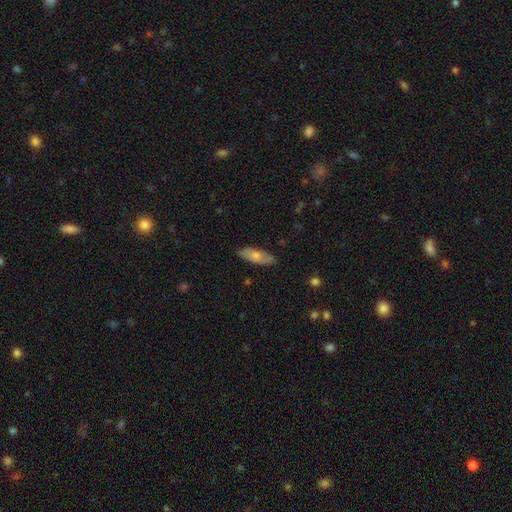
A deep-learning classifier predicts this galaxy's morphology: Smooth or featured? Predicted: smooth (p=0.70). How rounded? Predicted: in between (p=0.71). Merging? Predicted: none (p=0.84).